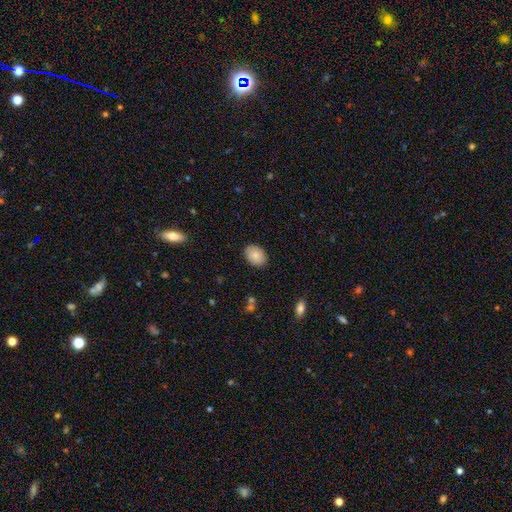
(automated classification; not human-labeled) smooth_or_featured: smooth (p=0.85) [alt: featured or disk p=0.08]
how_rounded: in between (p=0.81) [alt: round p=0.18]
merging: none (p=0.88) [alt: minor disturbance p=0.09]